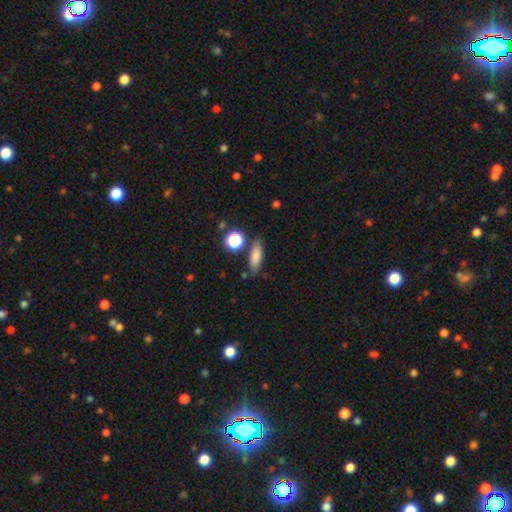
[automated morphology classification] Smooth or featured?
  - smooth: 79% *
  - star or artifact: 11%
  - featured or disk: 10%
How rounded?
  - in between: 54% *
  - cigar-shaped: 38%
  - round: 8%
Merging?
  - none: 78% *
  - minor disturbance: 12%
  - merger: 6%
  - major disturbance: 4%